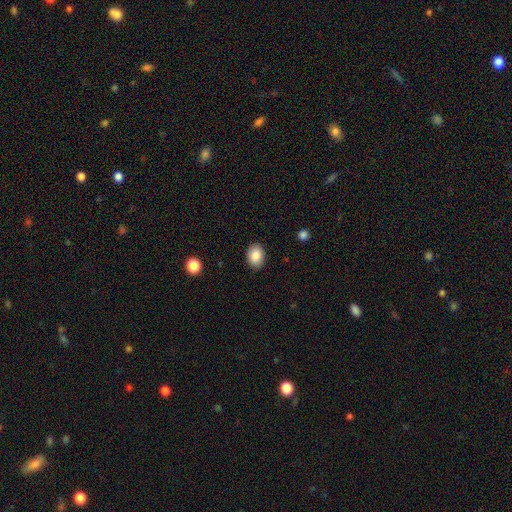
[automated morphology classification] smooth_or_featured: smooth (p=0.86) [alt: star or artifact p=0.08]
how_rounded: in between (p=0.69) [alt: round p=0.30]
merging: none (p=0.88) [alt: minor disturbance p=0.09]